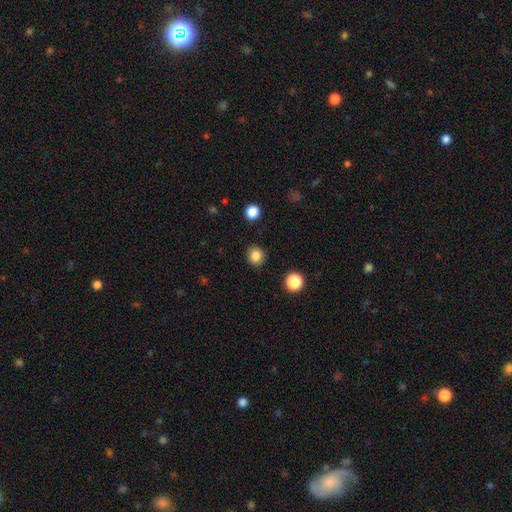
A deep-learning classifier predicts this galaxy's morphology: Smooth or featured?
  - smooth: 84% *
  - star or artifact: 11%
  - featured or disk: 4%
How rounded?
  - round: 83% *
  - in between: 16%
  - cigar-shaped: 1%
Merging?
  - none: 90% *
  - minor disturbance: 7%
  - major disturbance: 2%
  - merger: 1%